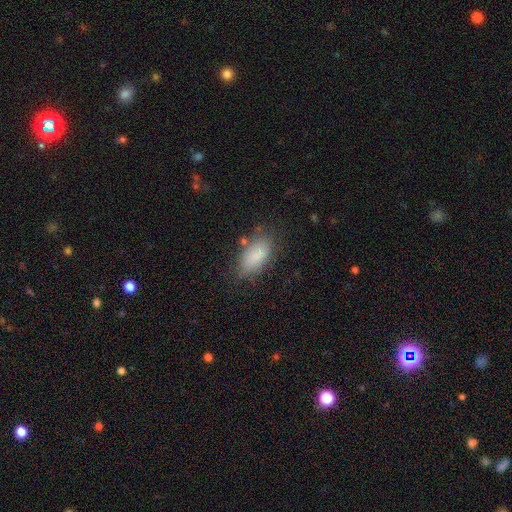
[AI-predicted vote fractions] A smooth galaxy with no disk features (82%) that is in between round and cigar-shaped (91%).

Vote fractions:
- Smooth or featured? smooth: 82% / featured or disk: 10% / star or artifact: 8%
- How rounded? in between: 91% / cigar-shaped: 5% / round: 4%
- Merging? none: 68% / minor disturbance: 22% / major disturbance: 7% / merger: 4%